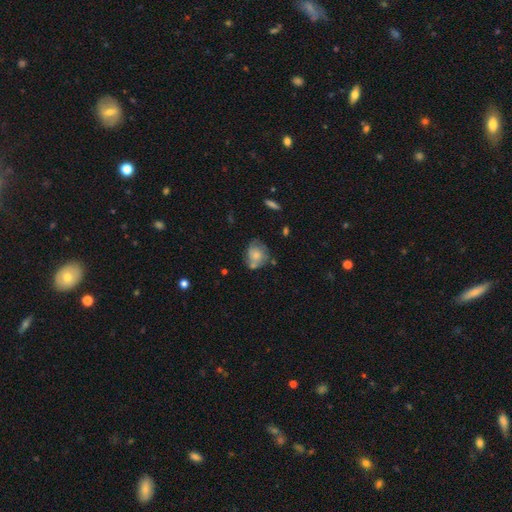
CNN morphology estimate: Smooth or featured? smooth (62%)
How rounded? round (65%)
Merging? none (49%)